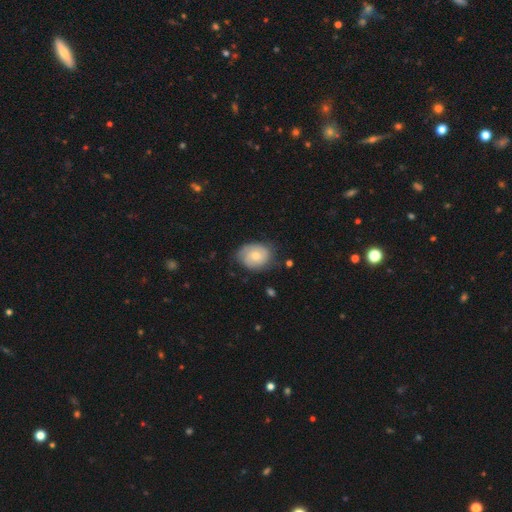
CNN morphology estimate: smooth_or_featured: smooth (p=0.55) [alt: featured or disk p=0.38]
how_rounded: in between (p=0.54) [alt: round p=0.45]
merging: none (p=0.67) [alt: minor disturbance p=0.25]